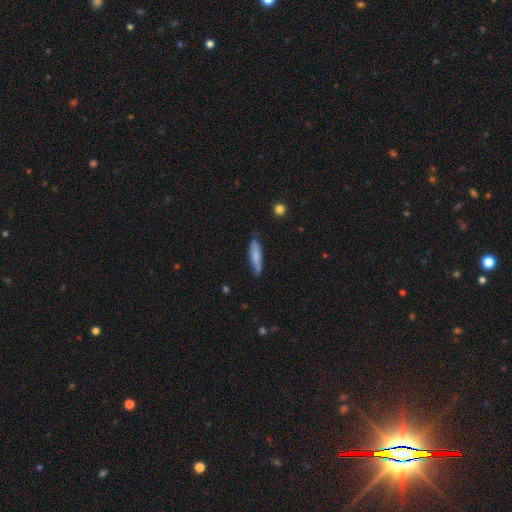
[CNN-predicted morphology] smooth 73%, featured or disk 21%, star or artifact 6%. Down the decision tree: how rounded — cigar-shaped (77%); merging — none (73%).